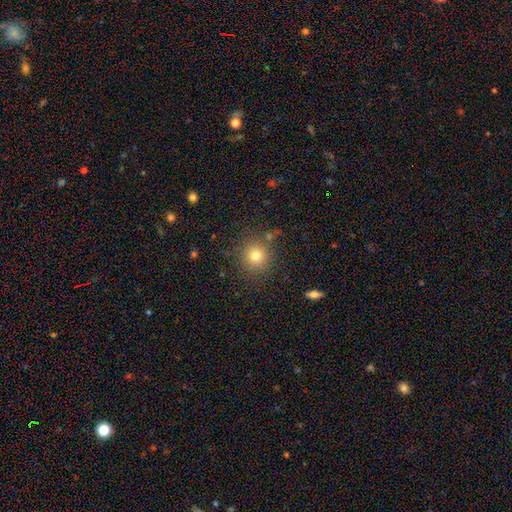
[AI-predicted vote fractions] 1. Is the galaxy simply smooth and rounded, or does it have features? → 76% smooth, 15% star or artifact, 9% featured or disk.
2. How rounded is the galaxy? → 91% round, 8% in between, 1% cigar-shaped.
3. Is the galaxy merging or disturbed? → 84% none, 9% minor disturbance, 4% major disturbance, 3% merger.